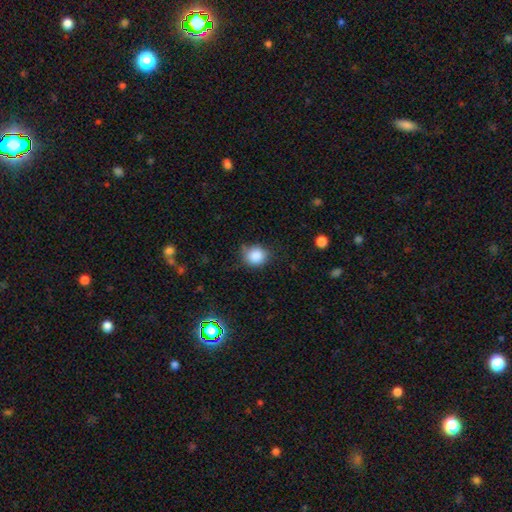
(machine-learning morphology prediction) A smooth galaxy with no disk features (86%) that is round (83%).

Vote fractions:
- Smooth or featured? smooth: 86% / star or artifact: 10% / featured or disk: 5%
- How rounded? round: 83% / in between: 16% / cigar-shaped: 1%
- Merging? none: 65% / minor disturbance: 26% / major disturbance: 6% / merger: 3%